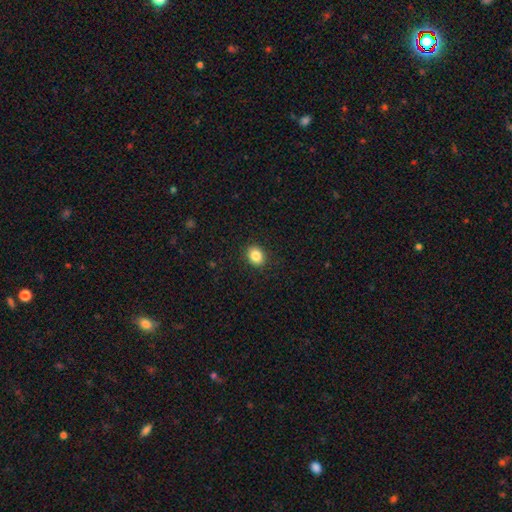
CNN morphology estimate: smooth 86%, star or artifact 10%, featured or disk 5%. Down the decision tree: how rounded — round (53%); merging — none (90%).